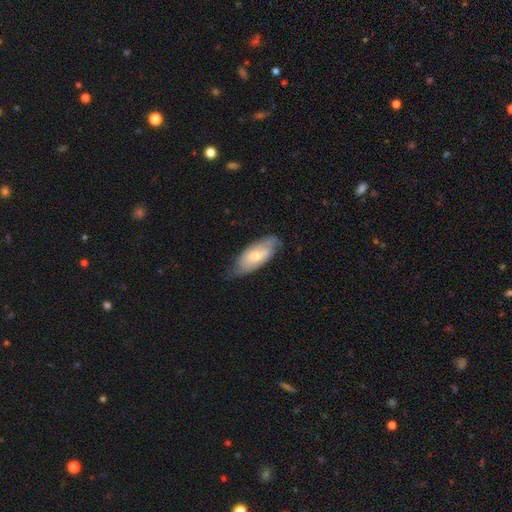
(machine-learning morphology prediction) This appears to be a smooth galaxy with no disk features (57%) that is in between round and cigar-shaped (85%). Merging: none (61%).